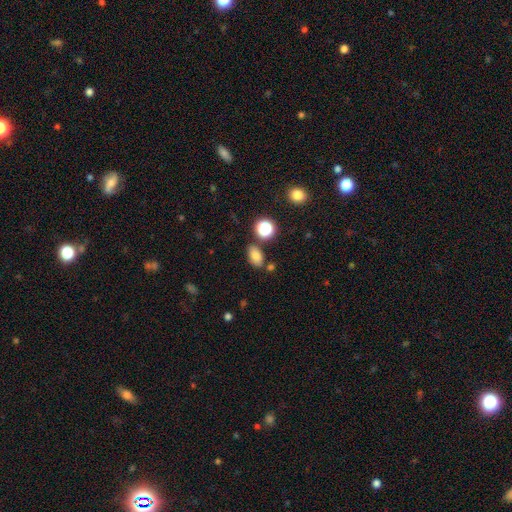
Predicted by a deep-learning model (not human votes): The model was most divided on "merging": none: 76%, minor disturbance: 13%, merger: 8%, major disturbance: 3%. More confident: how rounded — in between (83%); smooth or featured — smooth (79%).